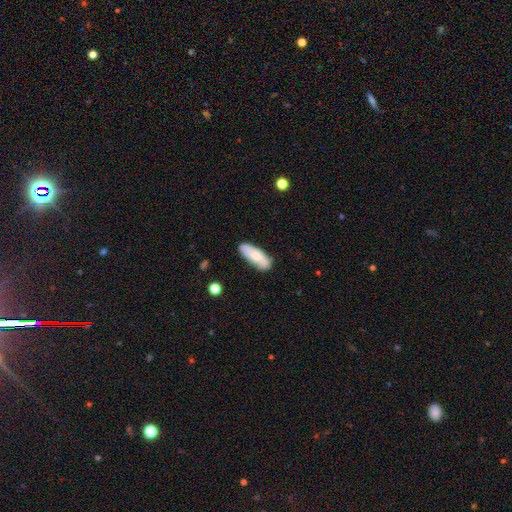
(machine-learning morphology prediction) Smooth or featured? Predicted: smooth (p=0.64). How rounded? Predicted: in between (p=0.69). Merging? Predicted: none (p=0.81).